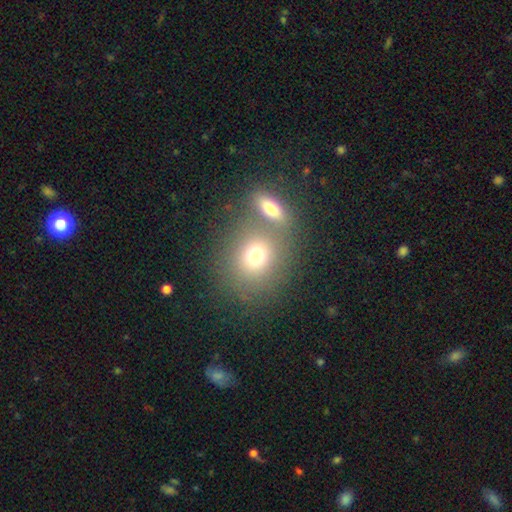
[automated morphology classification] Smooth or featured? smooth (74%)
How rounded? round (68%)
Merging? none (51%)